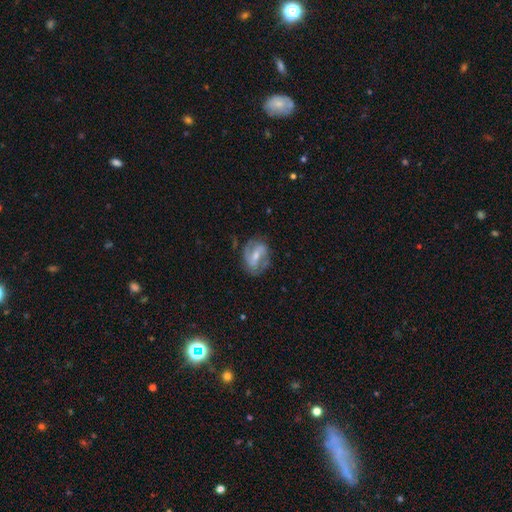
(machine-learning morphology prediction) Smooth or featured? featured or disk (74%)
Edge-on disk? no (96%)
Bar? weak (42%)
Spiral arms? yes (85%)
Spiral winding? medium (46%)
Spiral arm count? 2 (79%)
Bulge size? moderate (51%)
Merging? none (67%)